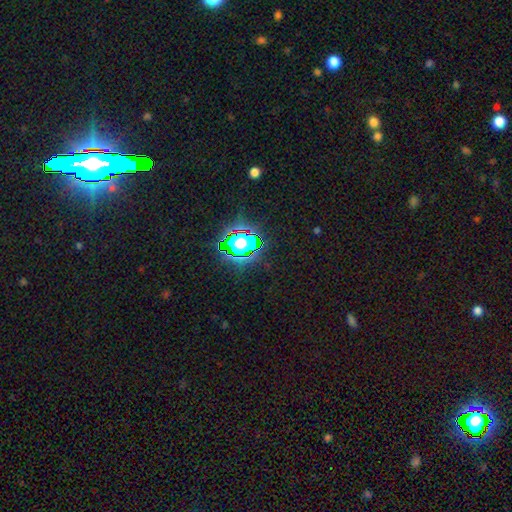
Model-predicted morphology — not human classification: Smooth or featured?
  - star or artifact: 82% *
  - smooth: 11%
  - featured or disk: 7%